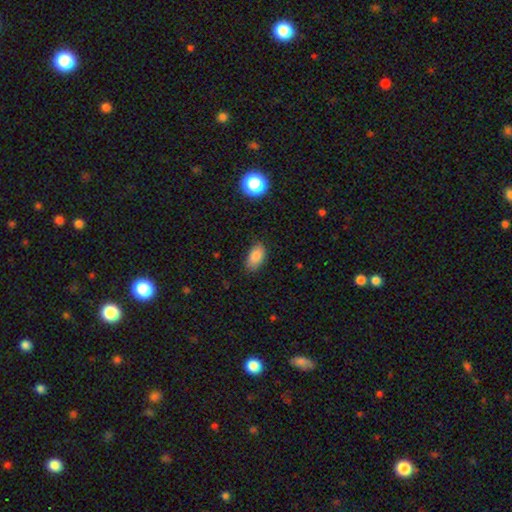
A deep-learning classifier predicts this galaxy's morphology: This is clearly a smooth galaxy (85%). How rounded: clearly in between (91%). Merging: likely none (79%).